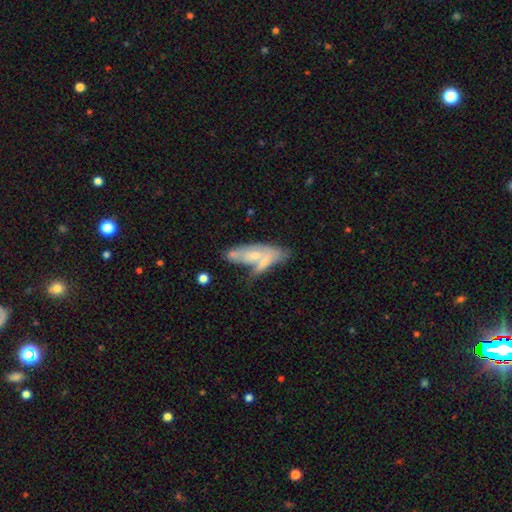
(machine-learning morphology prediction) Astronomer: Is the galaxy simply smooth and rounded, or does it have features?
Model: featured or disk — 47% (runner-up: smooth, 46%).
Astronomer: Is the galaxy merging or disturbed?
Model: merger — 44% (runner-up: none, 28%).